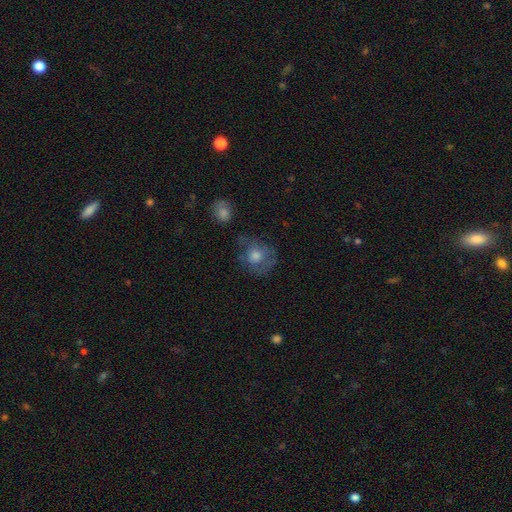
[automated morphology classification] This appears to be a smooth galaxy with no disk features (53%) that is round (78%). Merging: none (58%).